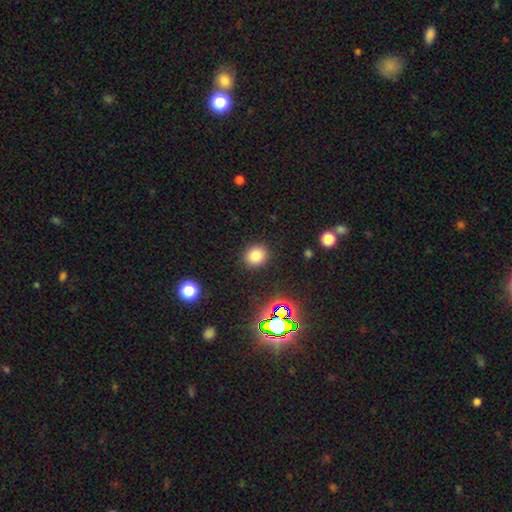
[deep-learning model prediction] Smooth or featured? Predicted: smooth (p=0.79). How rounded? Predicted: round (p=0.80). Merging? Predicted: none (p=0.89).